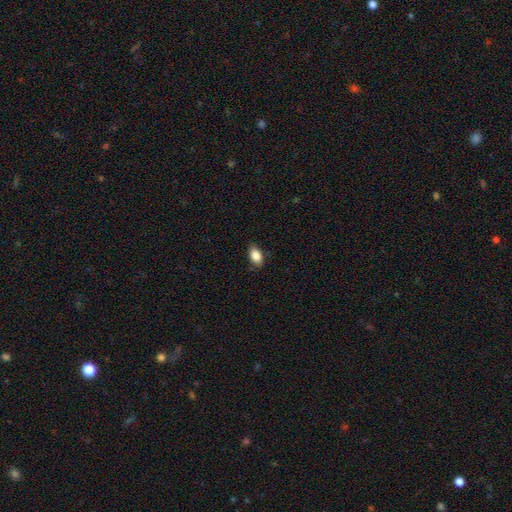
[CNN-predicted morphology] type=smooth (85%); roundness=in between (89%); merging=none (83%).